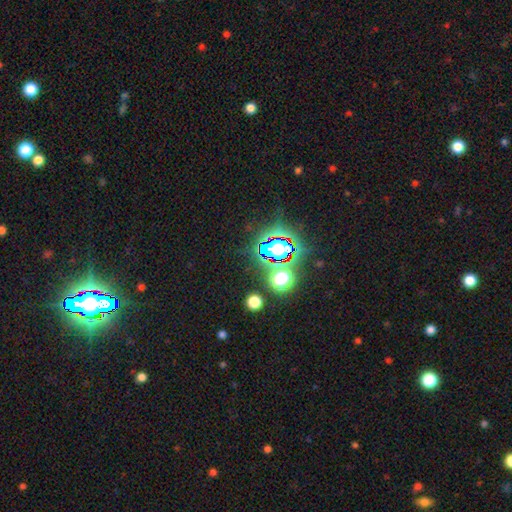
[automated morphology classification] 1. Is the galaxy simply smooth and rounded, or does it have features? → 76% star or artifact, 16% smooth, 8% featured or disk.